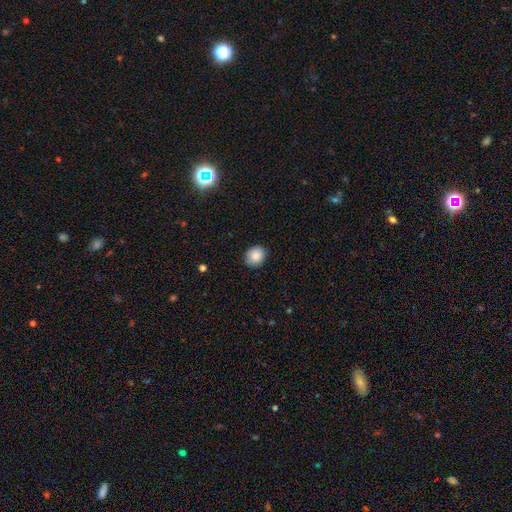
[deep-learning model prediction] A smooth galaxy with no disk features (87%) that is round (65%).

Vote fractions:
- Smooth or featured? smooth: 87% / star or artifact: 8% / featured or disk: 5%
- How rounded? round: 65% / in between: 34% / cigar-shaped: 1%
- Merging? none: 86% / minor disturbance: 10% / major disturbance: 2% / merger: 1%